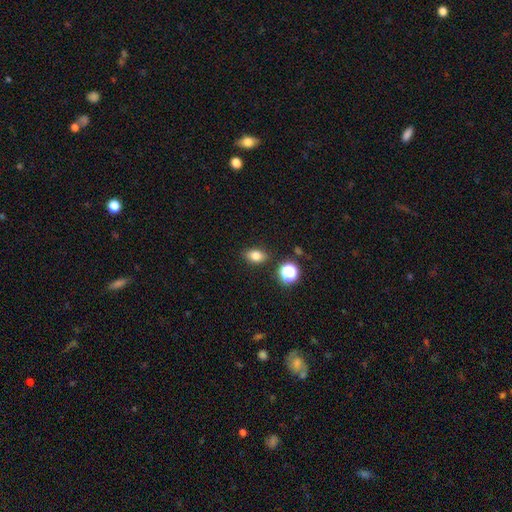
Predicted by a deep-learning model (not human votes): Q: Smooth or featured?
A: smooth (79%); runner-up: star or artifact (13%)
Q: How rounded?
A: in between (77%); runner-up: round (20%)
Q: Merging?
A: none (85%); runner-up: minor disturbance (9%)